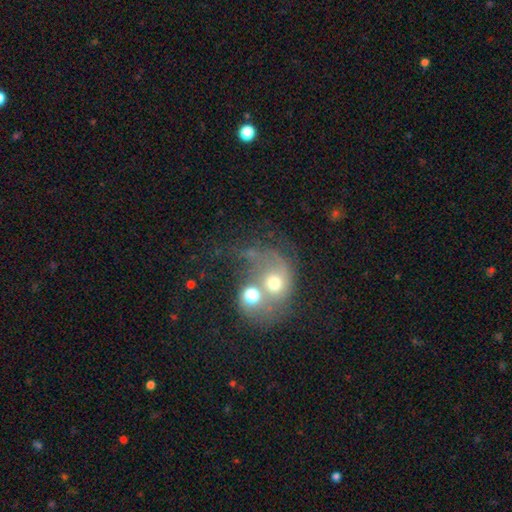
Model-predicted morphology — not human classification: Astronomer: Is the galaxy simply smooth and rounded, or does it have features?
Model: featured or disk — 55% (runner-up: smooth, 34%).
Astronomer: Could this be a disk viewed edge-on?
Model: no — 97%.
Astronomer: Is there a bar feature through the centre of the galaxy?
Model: no — 78%.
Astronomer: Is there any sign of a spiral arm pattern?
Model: yes — 63%.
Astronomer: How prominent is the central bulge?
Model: moderate — 63%.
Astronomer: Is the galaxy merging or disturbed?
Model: merger — 70%.